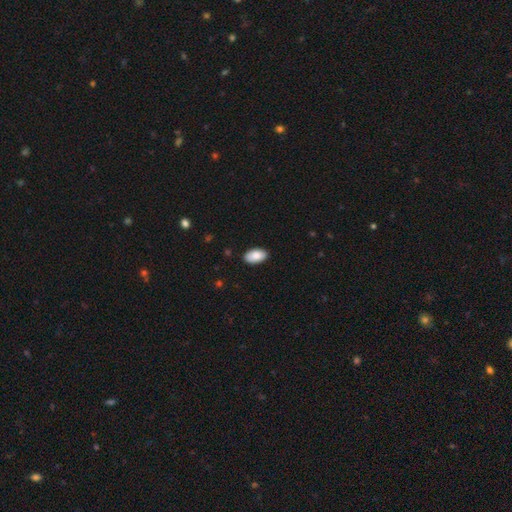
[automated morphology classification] This is clearly a smooth galaxy (87%). How rounded: clearly in between (95%). Merging: clearly none (89%).